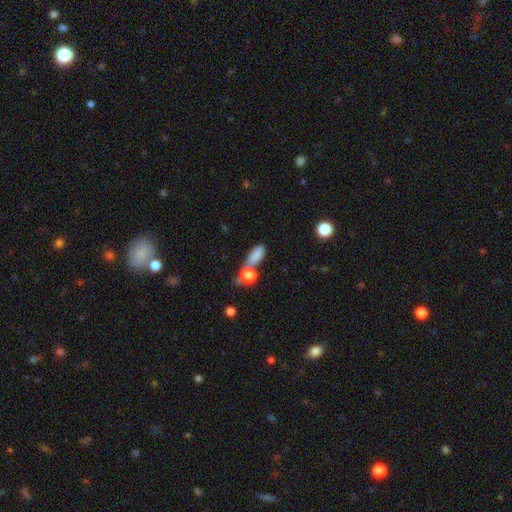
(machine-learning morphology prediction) smooth-or-featured: smooth: 80% | star or artifact: 10% | featured or disk: 10%
  how-rounded: in between: 66% | cigar-shaped: 19% | round: 15%
  merging: merger: 39% | none: 37% | minor disturbance: 14% | major disturbance: 9%